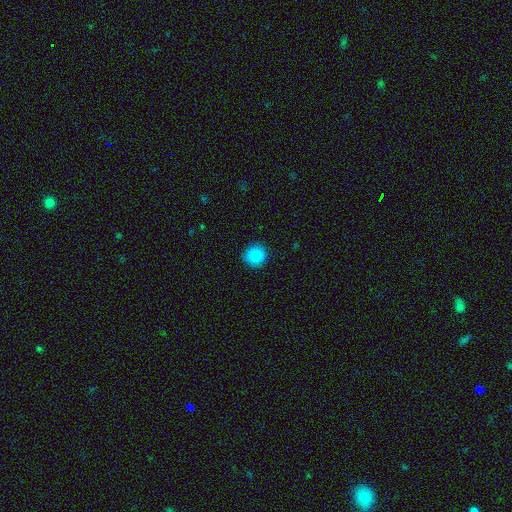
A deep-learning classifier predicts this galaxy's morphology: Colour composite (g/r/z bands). It shows a smooth galaxy with no disk features (88%) that is round (92%). Merging: none (88%).